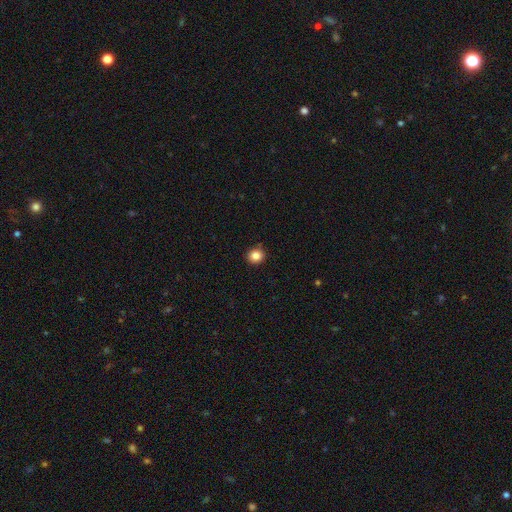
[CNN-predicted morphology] type=smooth (85%); roundness=round (84%); merging=none (91%).